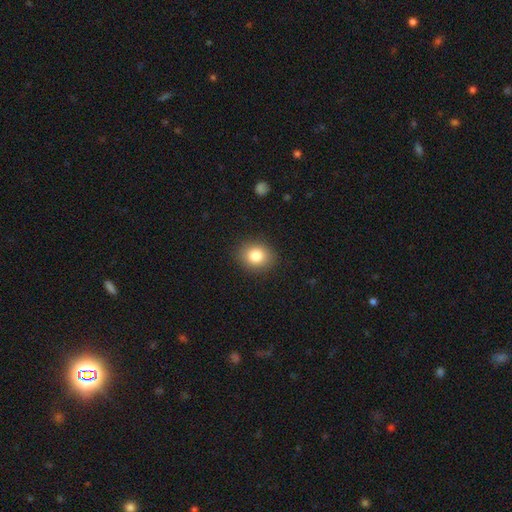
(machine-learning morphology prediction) Smooth or featured? Predicted: smooth (p=0.83). How rounded? Predicted: round (p=0.70). Merging? Predicted: none (p=0.89).